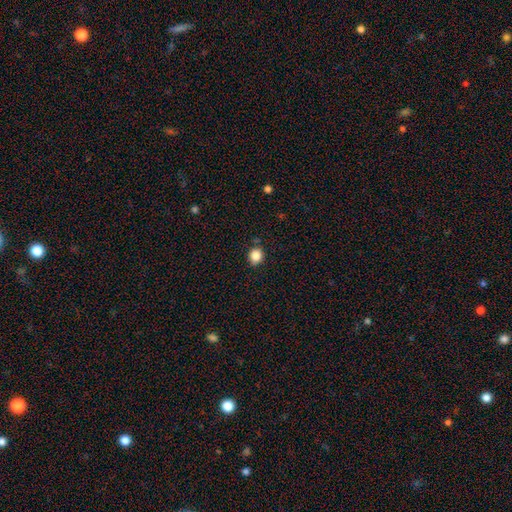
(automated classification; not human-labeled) Smooth or featured?
  - smooth: 85% *
  - star or artifact: 10%
  - featured or disk: 4%
How rounded?
  - round: 70% *
  - in between: 29%
  - cigar-shaped: 1%
Merging?
  - none: 84% *
  - minor disturbance: 11%
  - major disturbance: 3%
  - merger: 2%